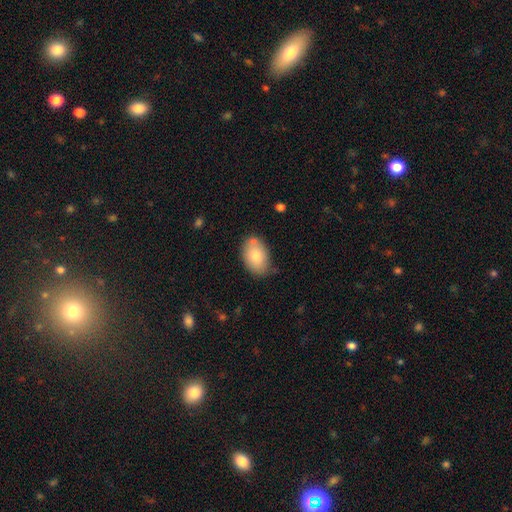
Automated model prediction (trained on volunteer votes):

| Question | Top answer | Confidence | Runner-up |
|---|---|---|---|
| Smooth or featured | smooth | 78% | featured or disk (15%) |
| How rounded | in between | 87% | round (12%) |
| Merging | none | 69% | minor disturbance (21%) |